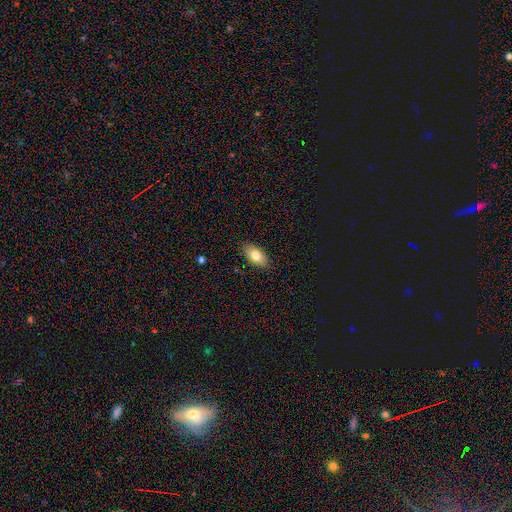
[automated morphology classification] Overall: smooth (79%). How rounded: in between (92%). Merging: none (87%).